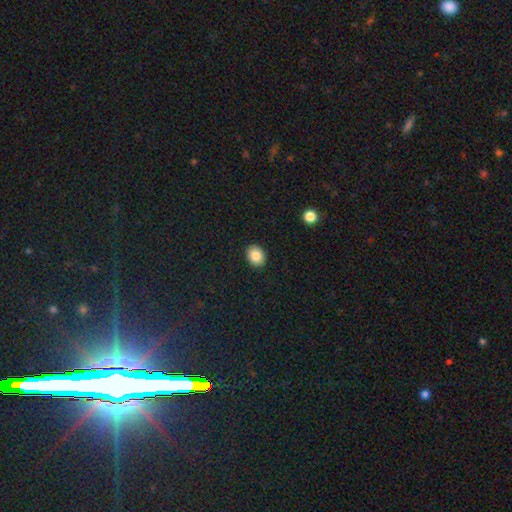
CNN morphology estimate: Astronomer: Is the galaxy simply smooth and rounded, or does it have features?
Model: smooth — 86%.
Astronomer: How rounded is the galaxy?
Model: round — 53% (runner-up: in between, 46%).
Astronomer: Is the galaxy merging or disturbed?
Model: none — 91%.